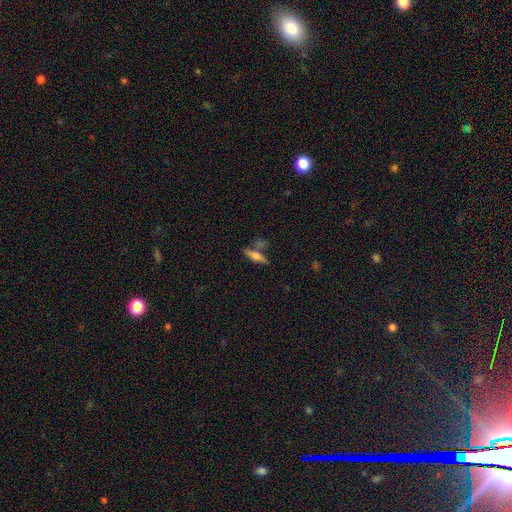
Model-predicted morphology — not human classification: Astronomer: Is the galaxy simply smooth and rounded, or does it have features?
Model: smooth — 47% (runner-up: featured or disk, 45%).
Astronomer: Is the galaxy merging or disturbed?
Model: none — 66%.